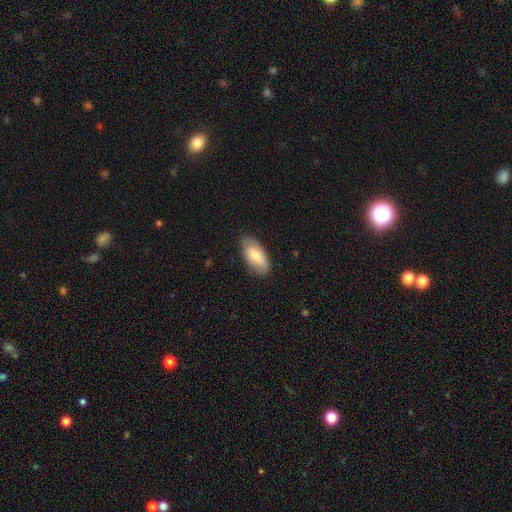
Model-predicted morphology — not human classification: smooth-or-featured: smooth: 75% | featured or disk: 19% | star or artifact: 6%
  how-rounded: in between: 90% | cigar-shaped: 8% | round: 2%
  merging: none: 79% | minor disturbance: 16% | major disturbance: 3% | merger: 1%